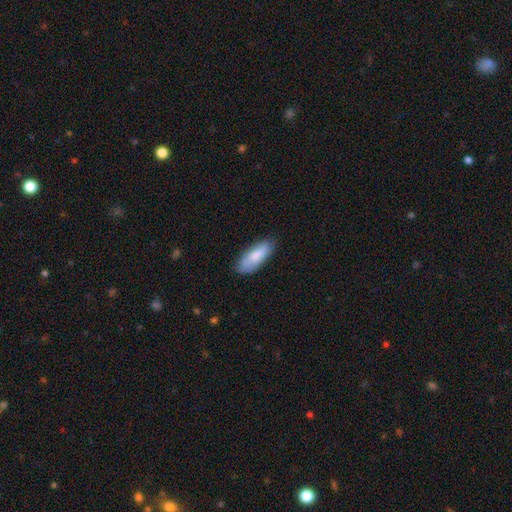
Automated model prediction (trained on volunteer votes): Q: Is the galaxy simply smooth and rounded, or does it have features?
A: smooth — 80%.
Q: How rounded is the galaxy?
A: in between — 71%.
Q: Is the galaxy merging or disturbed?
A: none — 80%.